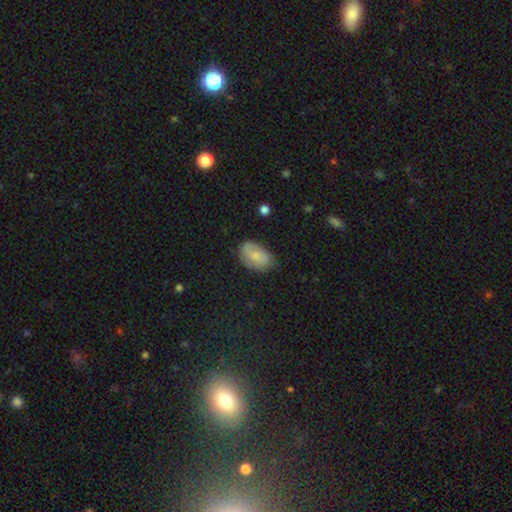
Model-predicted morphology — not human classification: This appears to be a smooth galaxy with no disk features (67%) that is in between round and cigar-shaped (88%). Merging: none (65%).